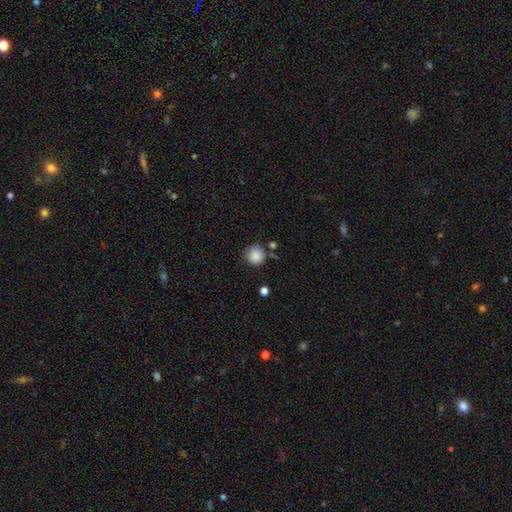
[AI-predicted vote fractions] This appears to be a smooth galaxy with no disk features (87%) that is round (93%). Merging: none (78%).